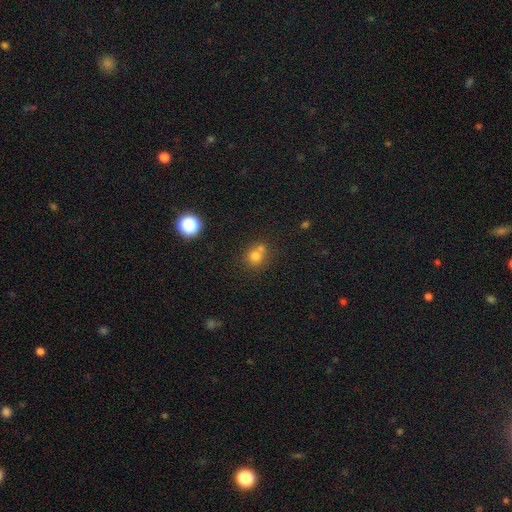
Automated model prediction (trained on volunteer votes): Smooth or featured? Predicted: smooth (p=0.74). How rounded? Predicted: round (p=0.80). Merging? Predicted: none (p=0.48).